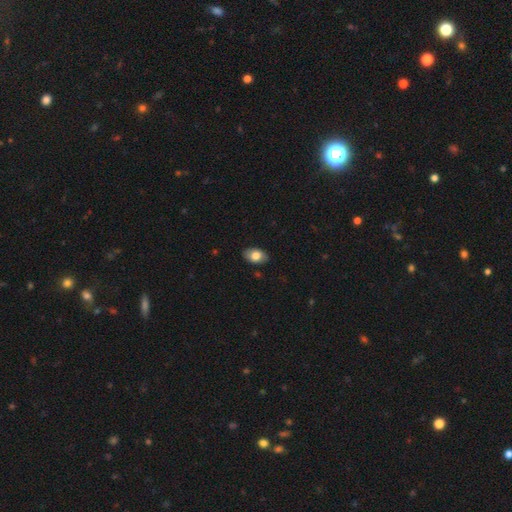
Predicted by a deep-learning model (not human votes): Smooth or featured: smooth — 79% (featured or disk — 14%)
How rounded: in between — 90% (round — 8%)
Merging: none — 87% (minor disturbance — 10%)